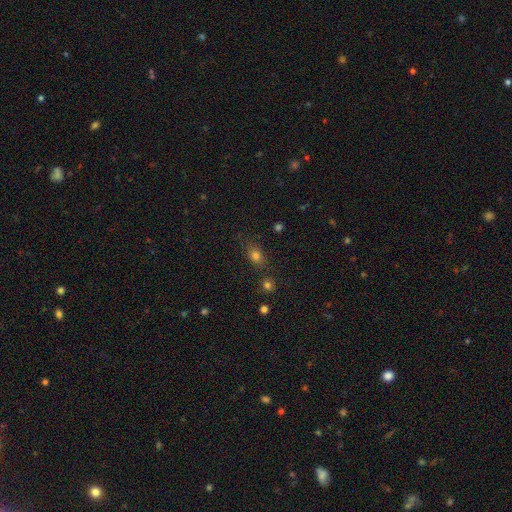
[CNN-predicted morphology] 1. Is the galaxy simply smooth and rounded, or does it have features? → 76% smooth, 15% star or artifact, 9% featured or disk.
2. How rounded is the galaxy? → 65% in between, 32% round, 3% cigar-shaped.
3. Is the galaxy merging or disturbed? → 73% none, 16% minor disturbance, 6% merger, 5% major disturbance.